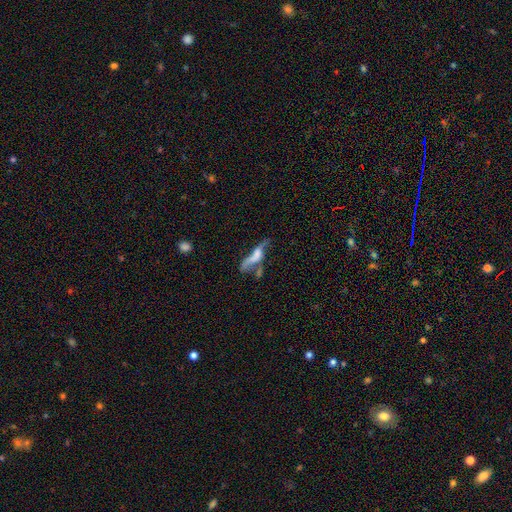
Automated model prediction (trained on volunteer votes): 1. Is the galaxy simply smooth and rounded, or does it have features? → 50% featured or disk, 39% smooth, 11% star or artifact.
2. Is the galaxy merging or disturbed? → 32% merger, 29% major disturbance, 24% none, 15% minor disturbance.